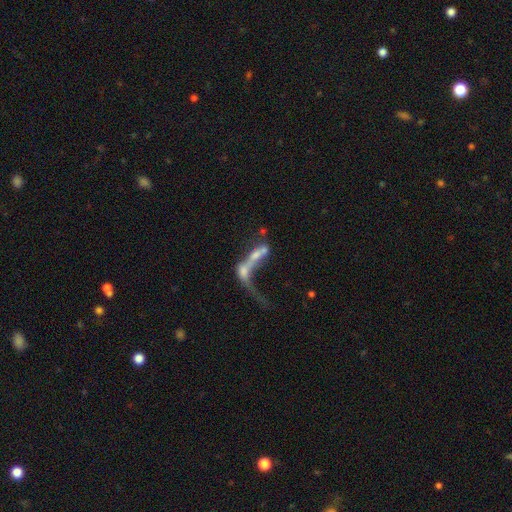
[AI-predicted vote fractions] This is possibly a featured or disk galaxy (58%). It is likely not viewed edge-on (79%). Merging: possibly merger (58%).